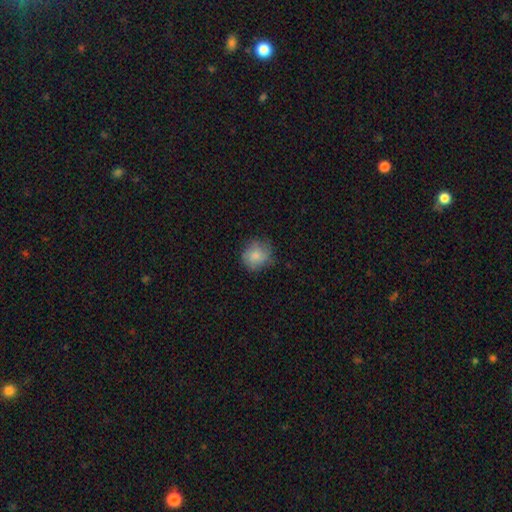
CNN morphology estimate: A smooth galaxy with no disk features (82%) that is round (85%). Merging: none (74%).